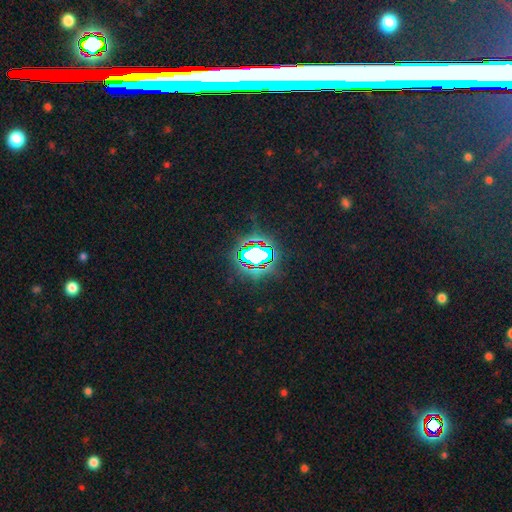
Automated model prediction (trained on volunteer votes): smooth-or-featured: star or artifact: 70% | smooth: 16% | featured or disk: 14%